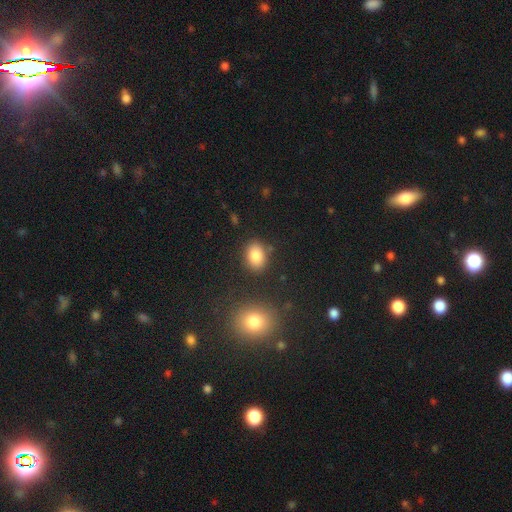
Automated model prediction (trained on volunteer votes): Overall: smooth (85%). How rounded: in between (71%). Merging: none (82%).